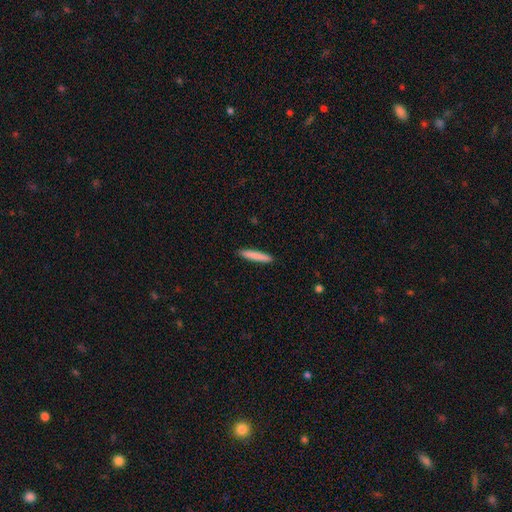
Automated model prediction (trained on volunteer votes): Smooth or featured? Predicted: smooth (p=0.84). How rounded? Predicted: cigar-shaped (p=0.93). Merging? Predicted: none (p=0.91).